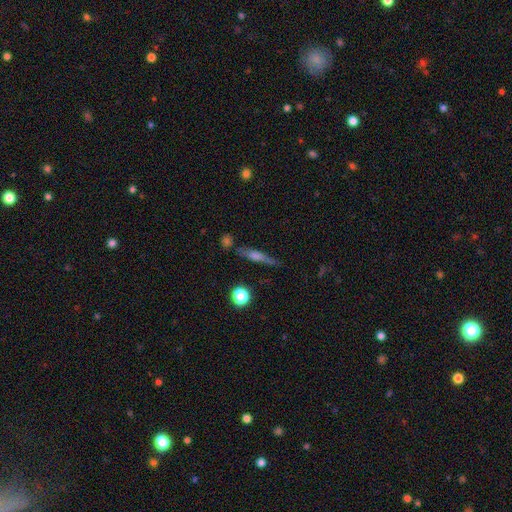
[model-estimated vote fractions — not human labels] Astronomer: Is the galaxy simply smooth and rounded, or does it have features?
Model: featured or disk — 52% (runner-up: smooth, 37%).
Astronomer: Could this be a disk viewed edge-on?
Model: yes — 93%.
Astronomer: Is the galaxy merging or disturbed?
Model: none — 77%.